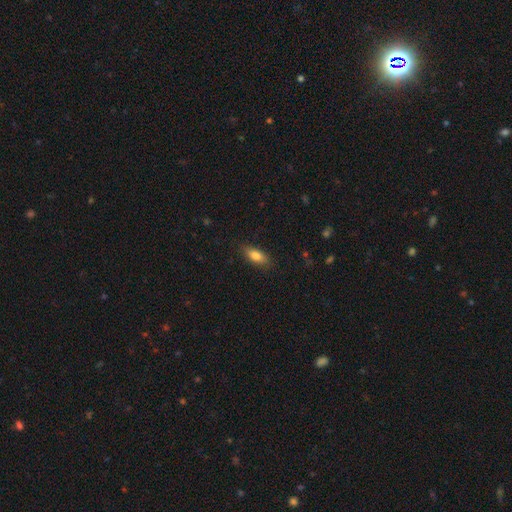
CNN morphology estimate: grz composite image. It shows a smooth galaxy with no disk features (80%) that is in between round and cigar-shaped (75%). Merging: none (83%).